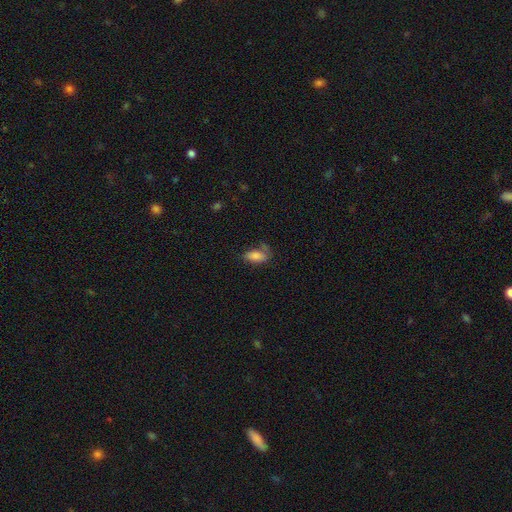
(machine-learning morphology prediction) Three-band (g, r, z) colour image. It shows a smooth galaxy with no disk features (82%) that is in between round and cigar-shaped (89%). Merging: none (48%).